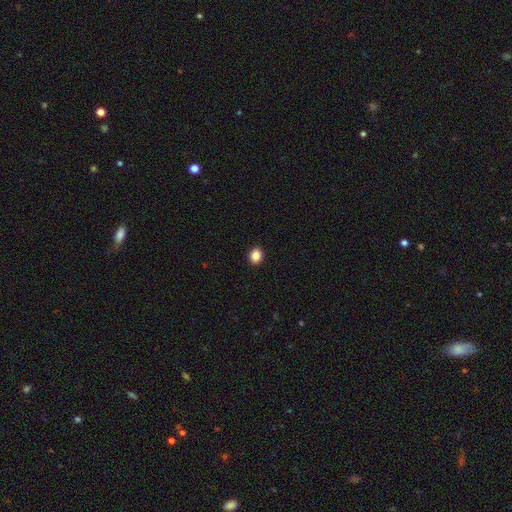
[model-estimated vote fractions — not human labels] A smooth galaxy with no disk features (87%) that is round (68%).

Vote fractions:
- Smooth or featured? smooth: 87% / star or artifact: 10% / featured or disk: 3%
- How rounded? round: 68% / in between: 31% / cigar-shaped: 1%
- Merging? none: 92% / minor disturbance: 5% / major disturbance: 2% / merger: 1%